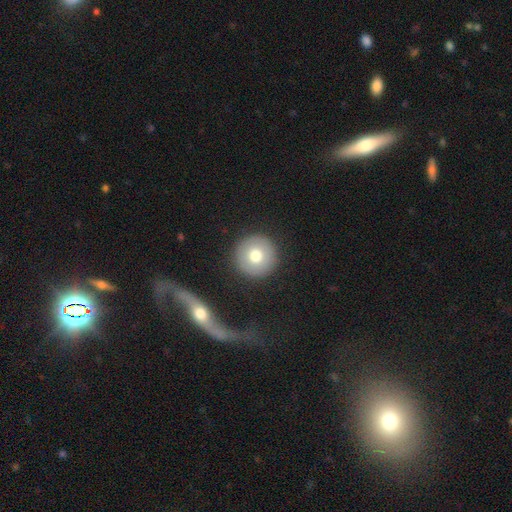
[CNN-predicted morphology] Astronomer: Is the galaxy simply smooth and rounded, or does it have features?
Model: smooth — 72%.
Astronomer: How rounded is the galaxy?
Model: round — 96%.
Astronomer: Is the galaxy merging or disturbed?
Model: none — 91%.